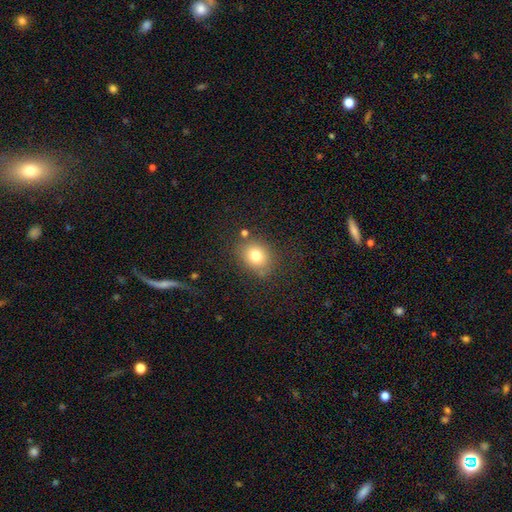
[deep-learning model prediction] Overall: smooth (76%). How rounded: round (62%; in between 37%). Merging: none (77%).